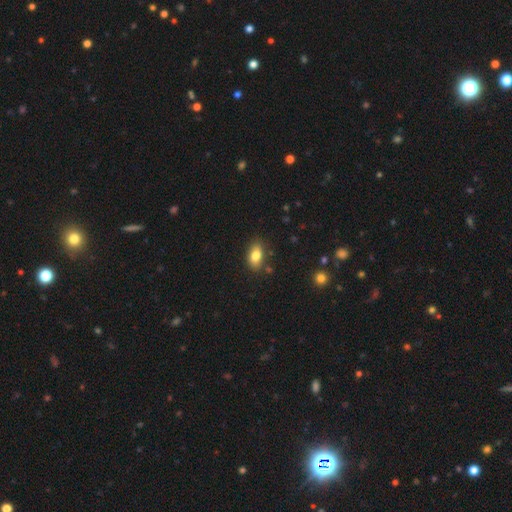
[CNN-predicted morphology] Smooth or featured? Predicted: smooth (p=0.81). How rounded? Predicted: in between (p=0.88). Merging? Predicted: none (p=0.81).